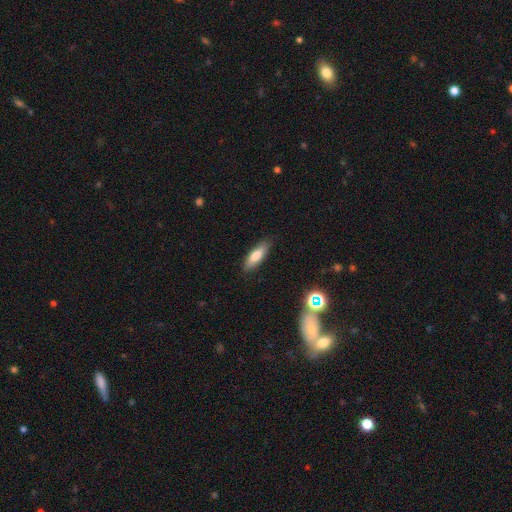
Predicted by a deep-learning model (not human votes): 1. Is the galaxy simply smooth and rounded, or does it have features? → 75% smooth, 17% featured or disk, 7% star or artifact.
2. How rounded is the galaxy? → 49% cigar-shaped (tied), 49% in between (tied), 2% round.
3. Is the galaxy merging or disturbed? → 85% none, 11% minor disturbance, 2% major disturbance, 1% merger.